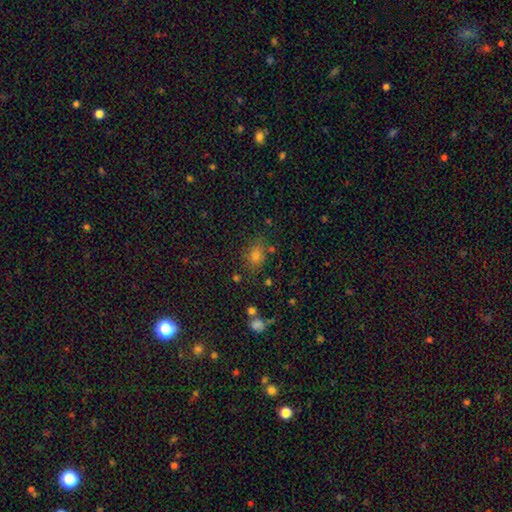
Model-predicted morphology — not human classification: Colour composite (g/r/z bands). It shows a smooth galaxy with no disk features (69%) that is in between round and cigar-shaped (57%). Merging: none (76%).